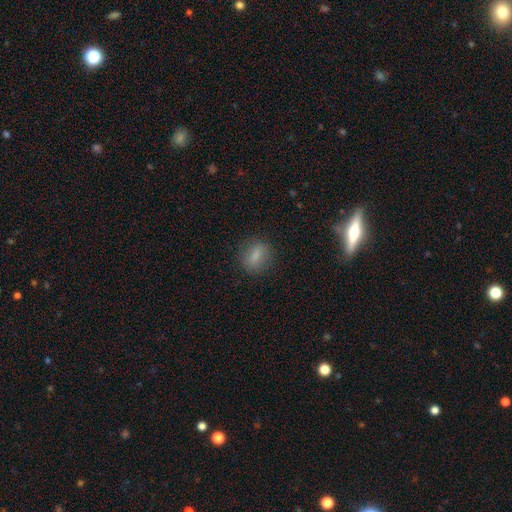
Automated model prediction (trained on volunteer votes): Morphology: type=smooth (80%); roundness=in between (57%); merging=none (83%).